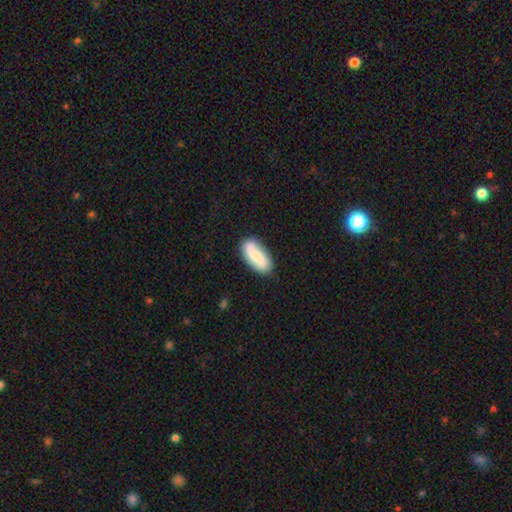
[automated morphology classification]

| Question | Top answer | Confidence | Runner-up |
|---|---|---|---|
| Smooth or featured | smooth | 67% | featured or disk (26%) |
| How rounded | in between | 83% | cigar-shaped (15%) |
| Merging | none | 76% | minor disturbance (17%) |